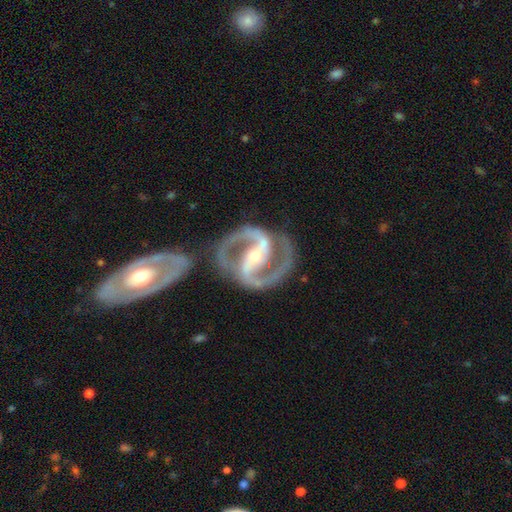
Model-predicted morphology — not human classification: A featured or disk galaxy (94%) with a strong bar (73%), 2 (94%) medium (61%) spiral arms (98%) and a small central bulge (58%).

Vote fractions:
- Smooth or featured? featured or disk: 94% / star or artifact: 4% / smooth: 2%
- Edge-on disk? no: 98% / yes: 2%
- Bar? strong: 73% / weak: 17% / no: 9%
- Spiral arms? yes: 98% / no: 2%
- Spiral winding? medium: 61% / tight: 29% / loose: 9%
- Spiral arm count? 2: 94% / 3: 2% / can't tell: 1% / 1: 1% / 4: 1% / more than 4: 1%
- Bulge size? small: 58% / moderate: 39% / large: 2% / none: 1% / dominant: 1%
- Merging? none: 66% / merger: 14% / minor disturbance: 14% / major disturbance: 6%